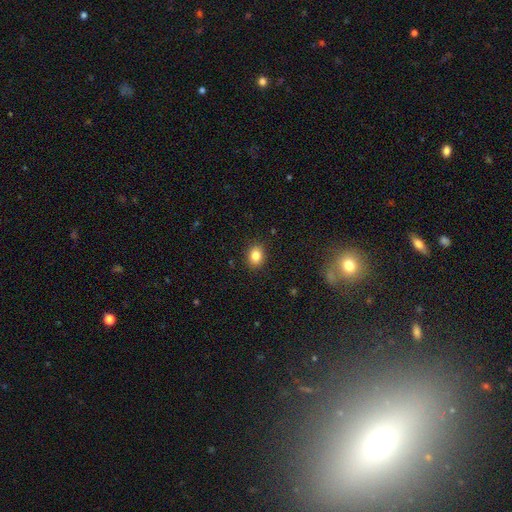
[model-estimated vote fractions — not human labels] Smooth or featured? smooth (83%)
How rounded? round (51%)
Merging? none (89%)